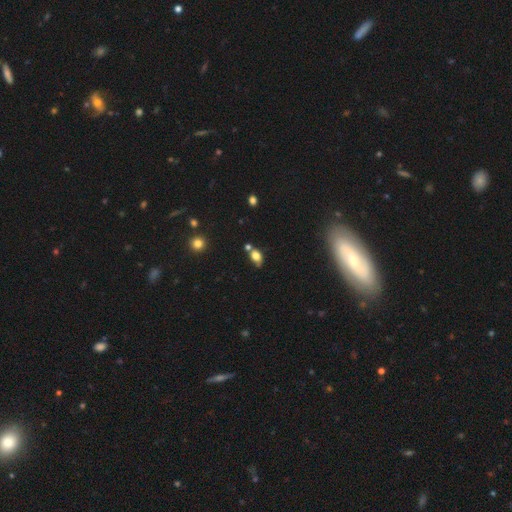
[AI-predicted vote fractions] Smooth or featured: smooth — 75% (featured or disk — 13%)
How rounded: in between — 76% (round — 21%)
Merging: none — 52% (merger — 22%)